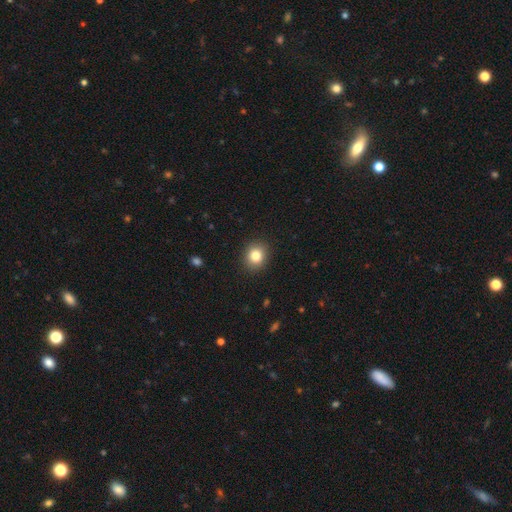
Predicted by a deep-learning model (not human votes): Smooth or featured: smooth — 83% (star or artifact — 10%)
How rounded: round — 75% (in between — 24%)
Merging: none — 90% (minor disturbance — 7%)